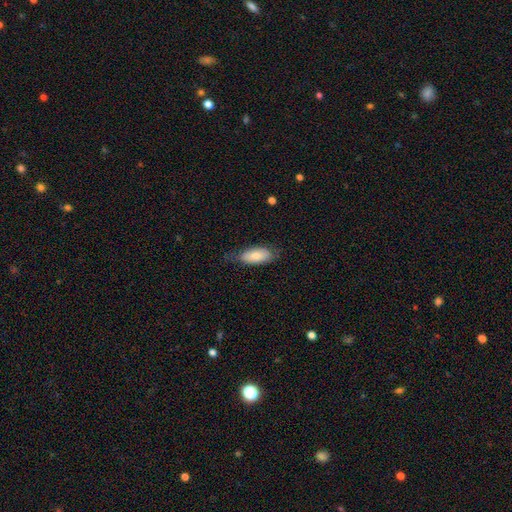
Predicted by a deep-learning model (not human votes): Smooth or featured?
  - smooth: 77% *
  - featured or disk: 17%
  - star or artifact: 6%
How rounded?
  - in between: 86% *
  - cigar-shaped: 12%
  - round: 2%
Merging?
  - none: 67% *
  - minor disturbance: 25%
  - major disturbance: 7%
  - merger: 1%